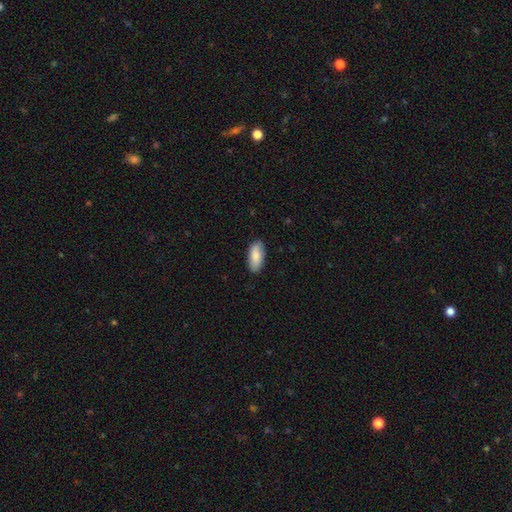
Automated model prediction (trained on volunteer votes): Morphology: type=smooth (85%); roundness=in between (85%); merging=none (87%).